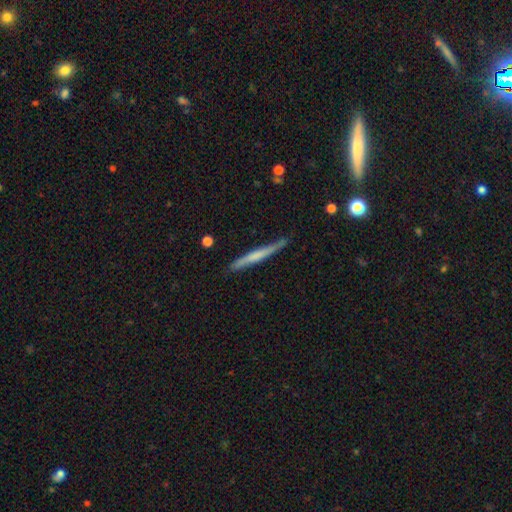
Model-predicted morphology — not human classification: A smooth galaxy with no disk features (49%).

Vote fractions:
- Smooth or featured? smooth: 49% / featured or disk: 46% / star or artifact: 5%
- Merging? none: 83% / minor disturbance: 14% / major disturbance: 2% / merger: 2%